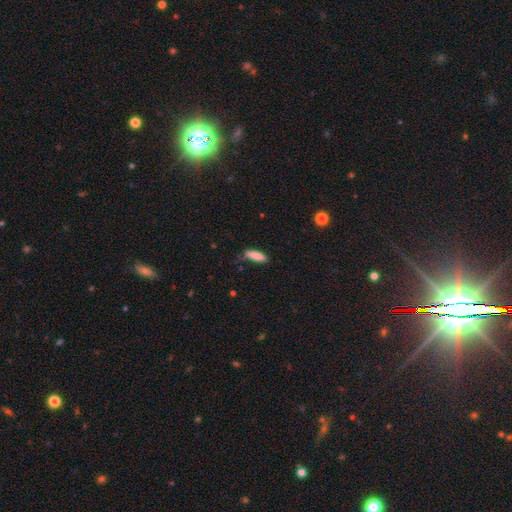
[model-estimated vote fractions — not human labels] A smooth galaxy with no disk features (86%) that is in between round and cigar-shaped (49%, tied with cigar-shaped). Merging: none (69%).